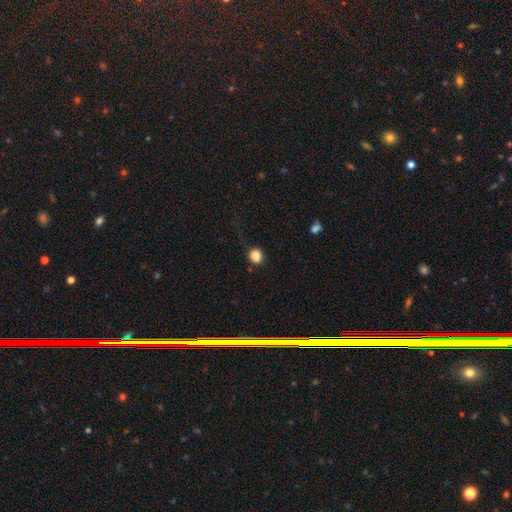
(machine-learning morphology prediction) Q: Smooth or featured?
A: smooth (86%); runner-up: star or artifact (10%)
Q: How rounded?
A: round (75%); runner-up: in between (24%)
Q: Merging?
A: none (76%); runner-up: minor disturbance (16%)